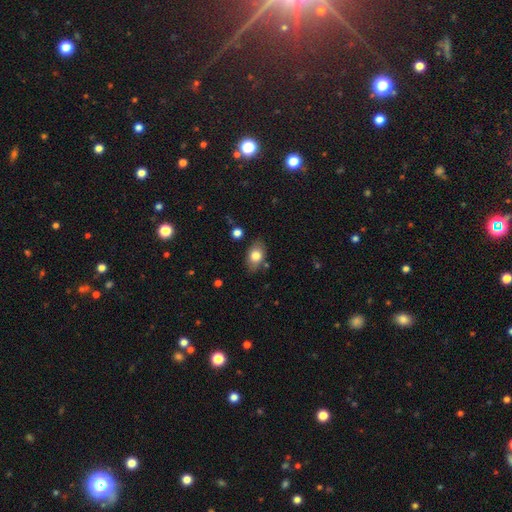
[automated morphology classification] A smooth galaxy with no disk features (78%) that is in between round and cigar-shaped (84%). Merging: none (79%).